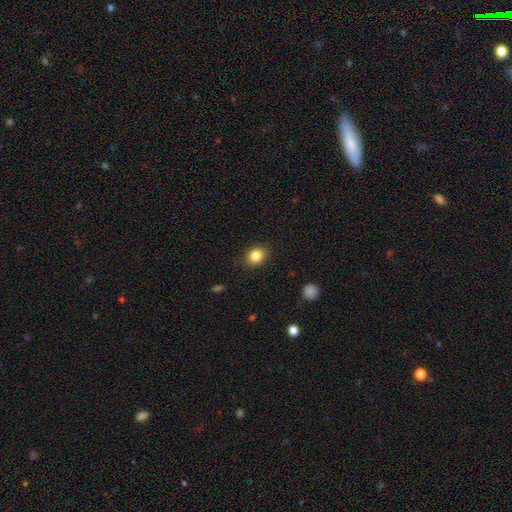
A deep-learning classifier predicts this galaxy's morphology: A smooth galaxy with no disk features (84%) that is in between round and cigar-shaped (50%). Merging: none (87%).